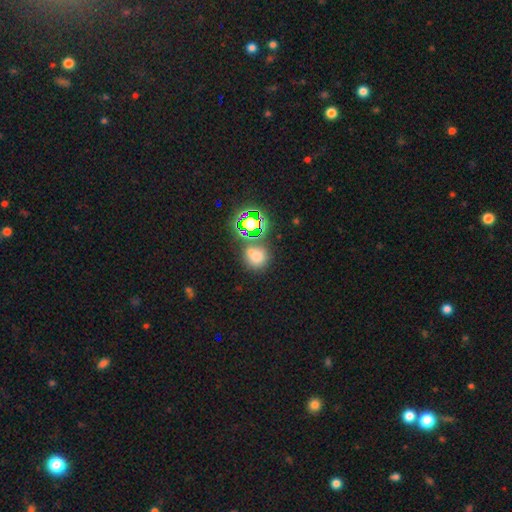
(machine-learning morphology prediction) Smooth or featured? smooth (63%)
How rounded? round (82%)
Merging? none (63%)